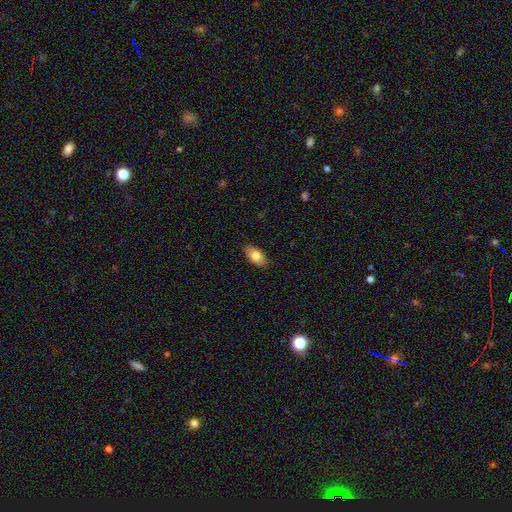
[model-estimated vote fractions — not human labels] Smooth or featured?
  - smooth: 80% *
  - featured or disk: 13%
  - star or artifact: 7%
How rounded?
  - in between: 92% *
  - cigar-shaped: 4%
  - round: 4%
Merging?
  - none: 86% *
  - minor disturbance: 11%
  - major disturbance: 2%
  - merger: 1%